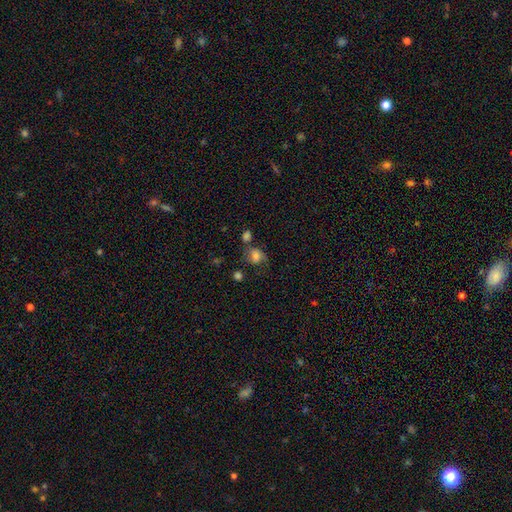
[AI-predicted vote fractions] Q: Smooth or featured?
A: smooth (69%); runner-up: featured or disk (19%)
Q: How rounded?
A: round (56%); runner-up: in between (43%)
Q: Merging?
A: none (44%); runner-up: minor disturbance (23%)